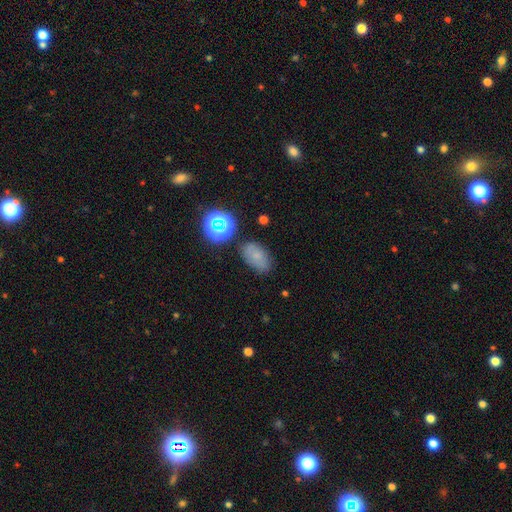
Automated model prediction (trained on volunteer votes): A smooth galaxy with no disk features (64%) that is in between round and cigar-shaped (85%).

Vote fractions:
- Smooth or featured? smooth: 64% / star or artifact: 21% / featured or disk: 15%
- How rounded? in between: 85% / round: 13% / cigar-shaped: 2%
- Merging? none: 71% / minor disturbance: 19% / major disturbance: 5% / merger: 4%